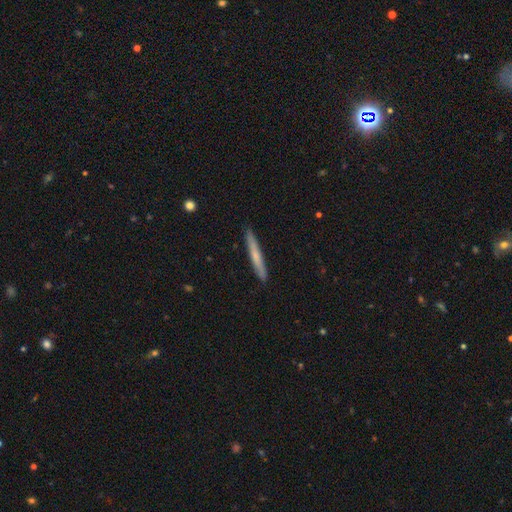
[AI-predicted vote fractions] A smooth galaxy with no disk features (58%) that is cigar-shaped (96%).

Vote fractions:
- Smooth or featured? smooth: 58% / featured or disk: 37% / star or artifact: 6%
- How rounded? cigar-shaped: 96% / in between: 2% / round: 1%
- Merging? none: 90% / minor disturbance: 7% / major disturbance: 1% / merger: 1%